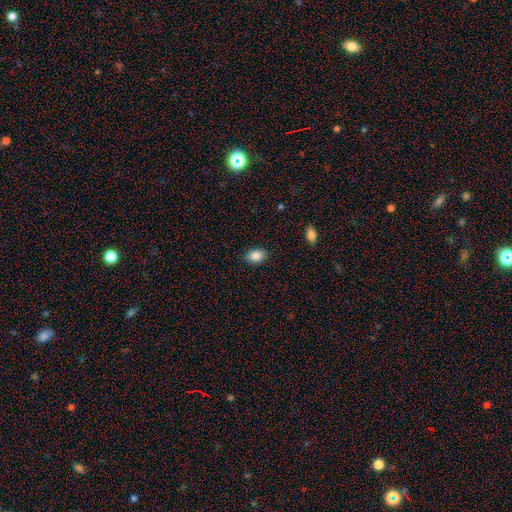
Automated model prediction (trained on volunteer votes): smooth-or-featured: smooth: 87% | star or artifact: 8% | featured or disk: 5%
  how-rounded: in between: 83% | round: 16% | cigar-shaped: 1%
  merging: none: 87% | minor disturbance: 10% | major disturbance: 2% | merger: 1%